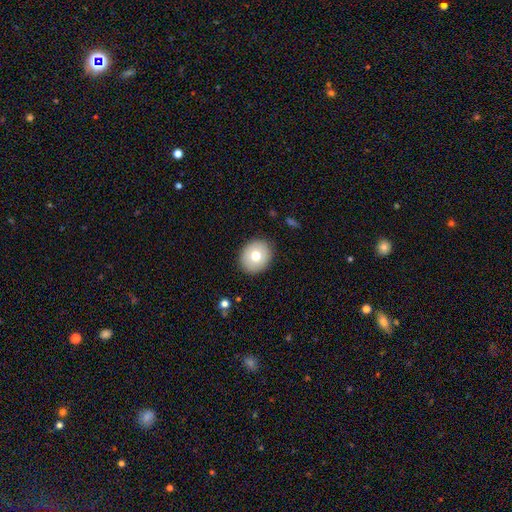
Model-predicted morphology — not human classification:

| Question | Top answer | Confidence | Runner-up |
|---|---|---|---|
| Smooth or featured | smooth | 72% | featured or disk (19%) |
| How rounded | round | 72% | in between (27%) |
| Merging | none | 90% | minor disturbance (7%) |